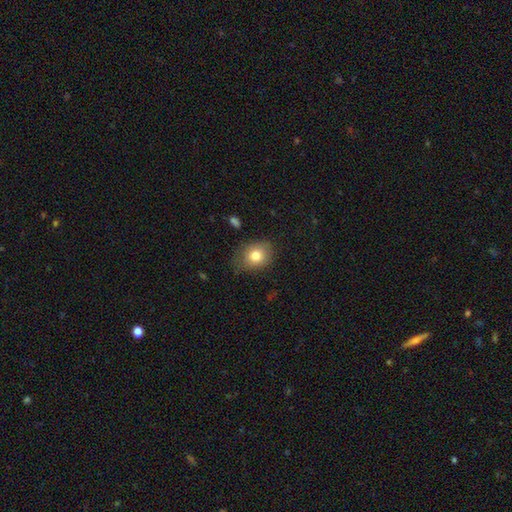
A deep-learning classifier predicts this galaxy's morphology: Smooth or featured: smooth — 80% (featured or disk — 11%)
How rounded: round — 51% (in between — 48%)
Merging: none — 73% (minor disturbance — 20%)